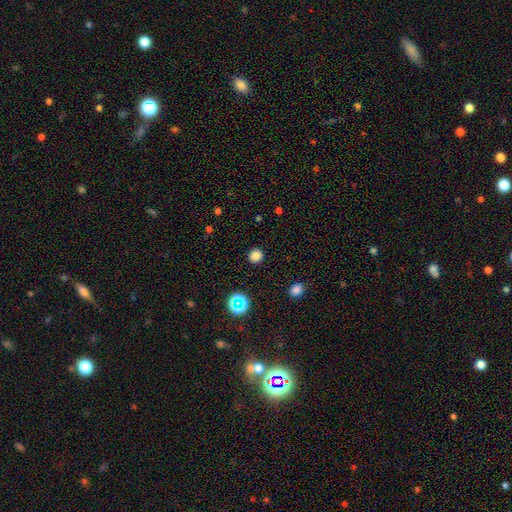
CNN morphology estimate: This appears to be a smooth galaxy with no disk features (81%) that is round (94%). Merging: none (91%).